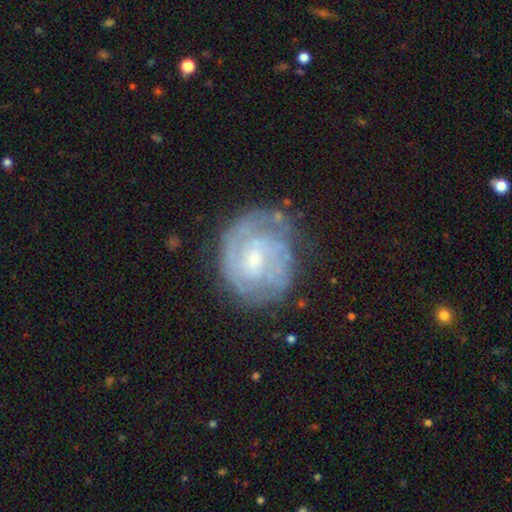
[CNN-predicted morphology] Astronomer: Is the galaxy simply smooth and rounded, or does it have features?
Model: featured or disk — 75%.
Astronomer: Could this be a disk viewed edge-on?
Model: no — 98%.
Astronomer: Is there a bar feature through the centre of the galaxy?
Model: no — 51% (runner-up: weak, 41%).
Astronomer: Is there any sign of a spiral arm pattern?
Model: yes — 82%.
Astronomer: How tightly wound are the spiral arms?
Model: tight — 62%.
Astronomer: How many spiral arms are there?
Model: can't tell — 44% (runner-up: 2, 29%).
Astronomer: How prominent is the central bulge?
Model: small — 50% (runner-up: moderate, 39%).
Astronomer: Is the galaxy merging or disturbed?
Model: none — 68%.